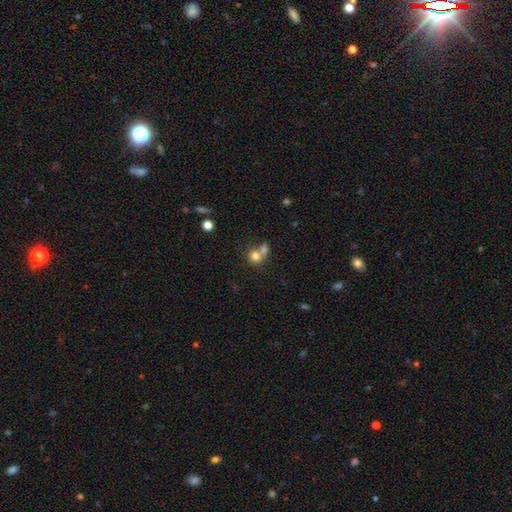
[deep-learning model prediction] Smooth or featured? Predicted: smooth (p=0.77). How rounded? Predicted: round (p=0.76). Merging? Predicted: merger (p=0.53).